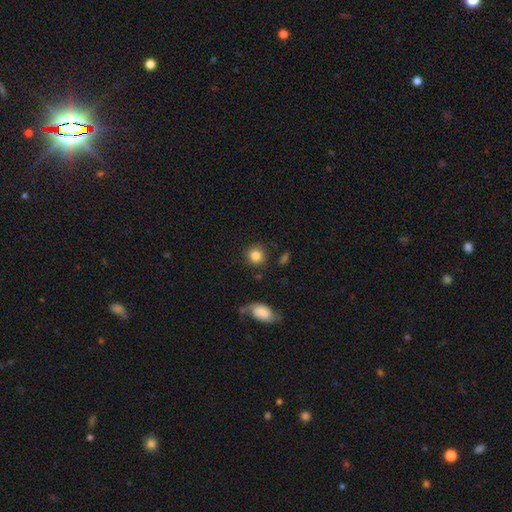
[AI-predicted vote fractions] This appears to be a smooth galaxy with no disk features (85%) that is round (87%). Merging: none (81%).